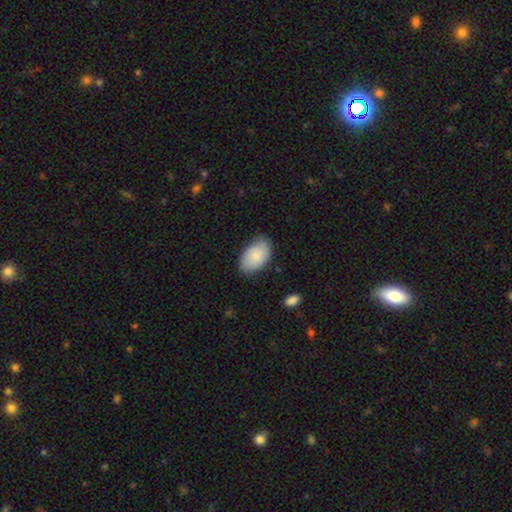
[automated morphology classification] This is clearly a smooth galaxy (83%). How rounded: clearly in between (93%). Merging: likely none (74%).